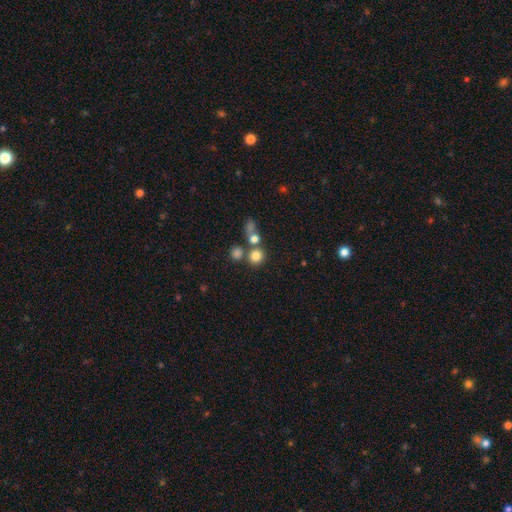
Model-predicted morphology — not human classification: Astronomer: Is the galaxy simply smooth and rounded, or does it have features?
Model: smooth — 78%.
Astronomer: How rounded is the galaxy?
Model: round — 89%.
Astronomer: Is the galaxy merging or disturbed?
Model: none — 62%.